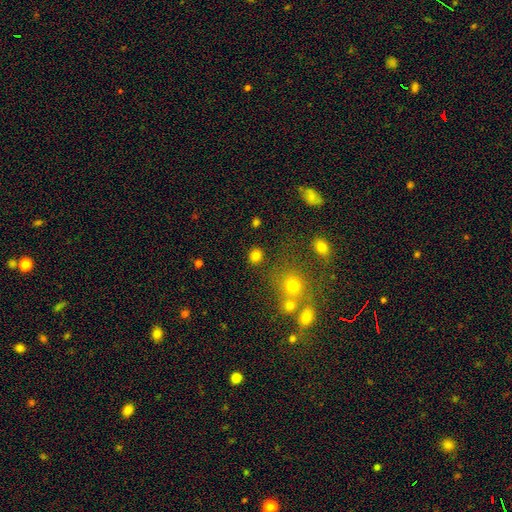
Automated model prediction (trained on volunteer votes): This appears to be a smooth galaxy with no disk features (80%) that is round (76%). Merging: none (83%).